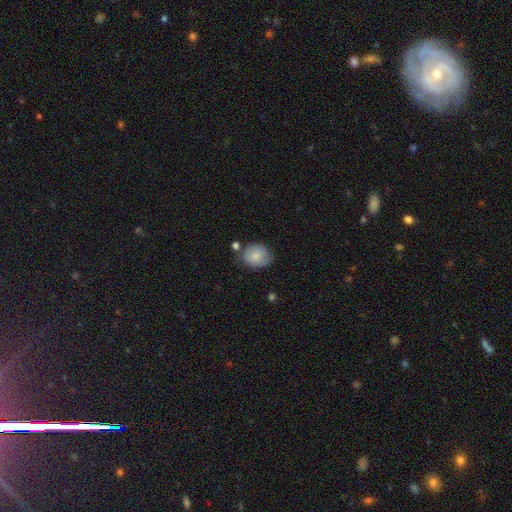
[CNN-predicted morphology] type=smooth (82%); roundness=round (58%); merging=none (68%).